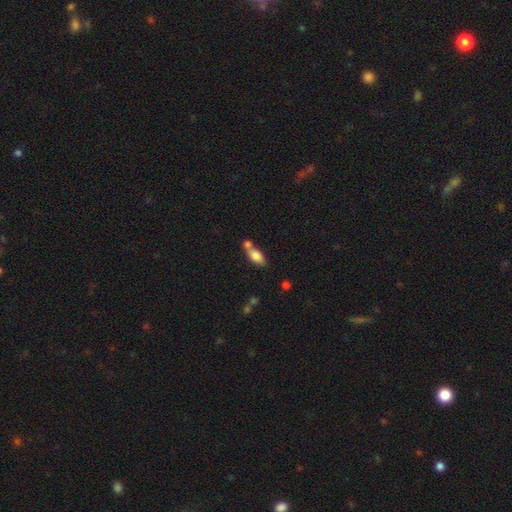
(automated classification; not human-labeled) Smooth or featured? Predicted: smooth (p=0.78). How rounded? Predicted: in between (p=0.84). Merging? Predicted: merger (p=0.41, tied with none).